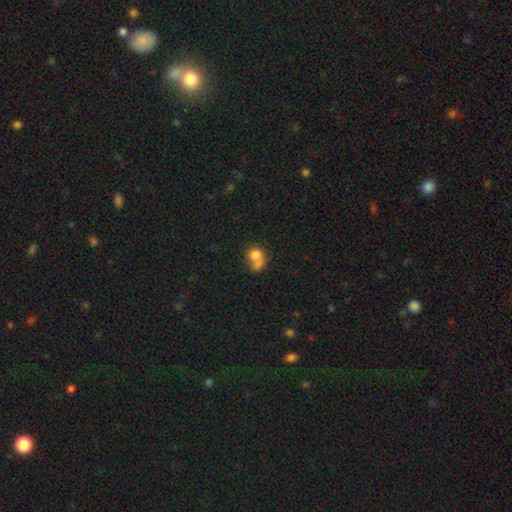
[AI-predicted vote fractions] Morphology: type=smooth (73%); roundness=round (62%); merging=merger (57%).